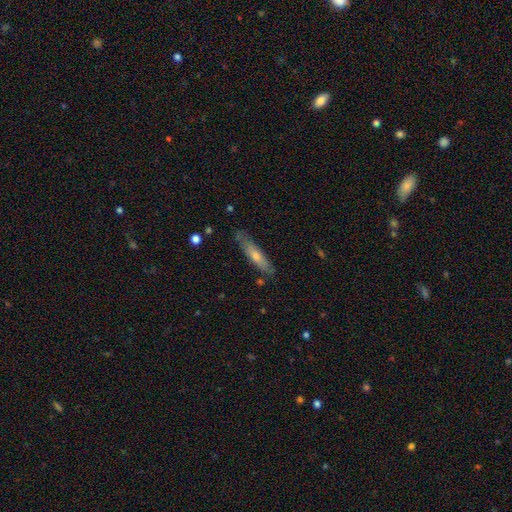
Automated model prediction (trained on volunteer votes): Smooth or featured? Predicted: smooth (p=0.49). Merging? Predicted: none (p=0.79).